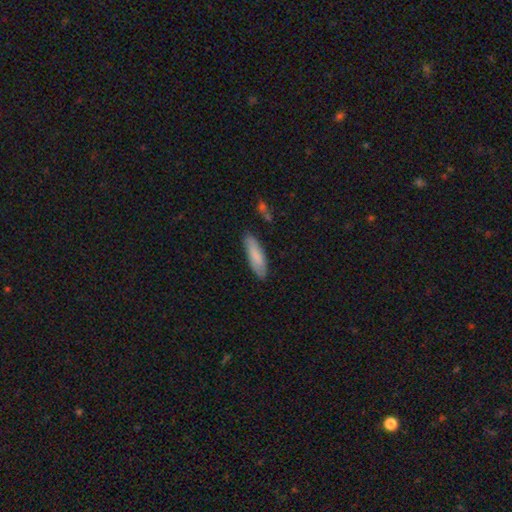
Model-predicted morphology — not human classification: This is clearly a smooth galaxy (82%). How rounded: possibly cigar-shaped (58%). Merging: clearly none (82%).